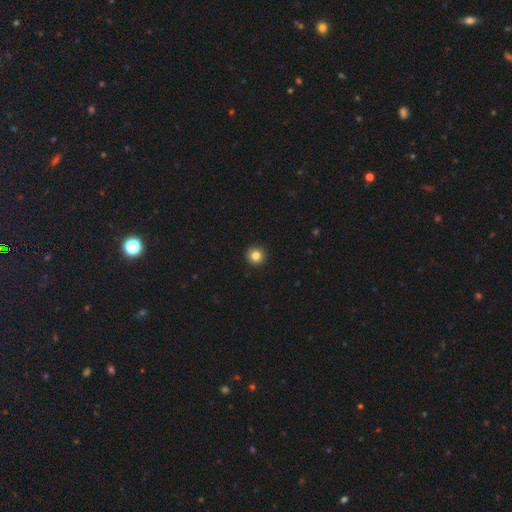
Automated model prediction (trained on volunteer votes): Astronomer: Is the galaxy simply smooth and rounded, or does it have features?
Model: smooth — 84%.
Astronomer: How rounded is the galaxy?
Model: round — 96%.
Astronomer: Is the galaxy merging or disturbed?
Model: none — 94%.